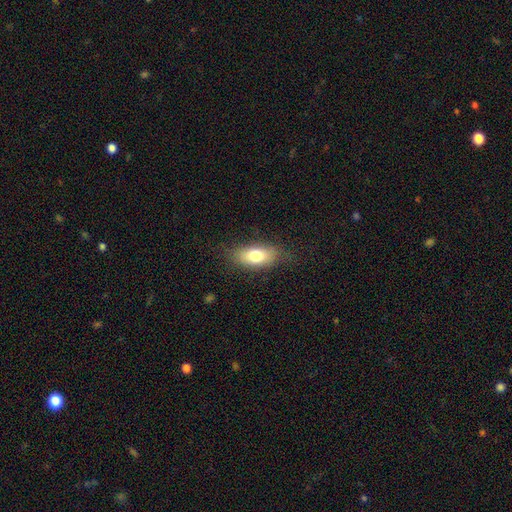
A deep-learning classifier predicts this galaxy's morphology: smooth-or-featured: smooth: 75% | featured or disk: 17% | star or artifact: 8%
  how-rounded: in between: 85% | cigar-shaped: 9% | round: 6%
  merging: none: 76% | minor disturbance: 17% | major disturbance: 6% | merger: 1%